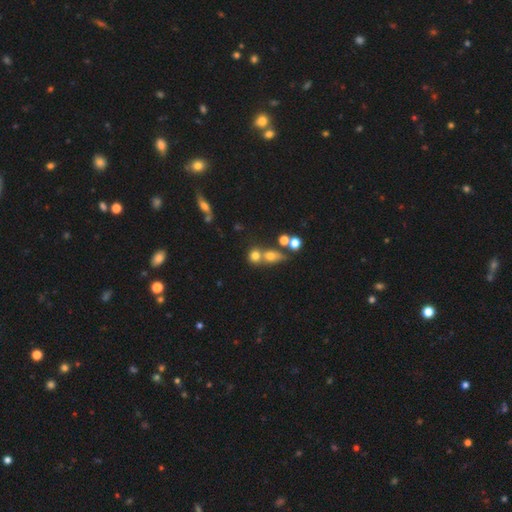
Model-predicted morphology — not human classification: The model was most divided on "merging": merger: 47%, none: 39%, minor disturbance: 9%, major disturbance: 5%. More confident: how rounded — round (70%); smooth or featured — smooth (69%).